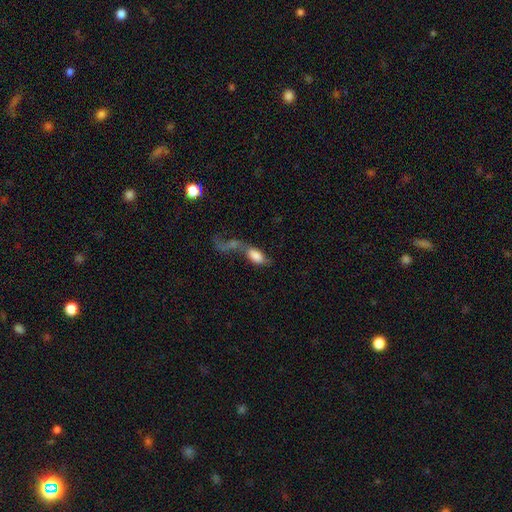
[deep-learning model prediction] smooth_or_featured: smooth (p=0.69) [alt: featured or disk p=0.23]
how_rounded: in between (p=0.87) [alt: cigar-shaped p=0.09]
merging: merger (p=0.63) [alt: major disturbance p=0.18]